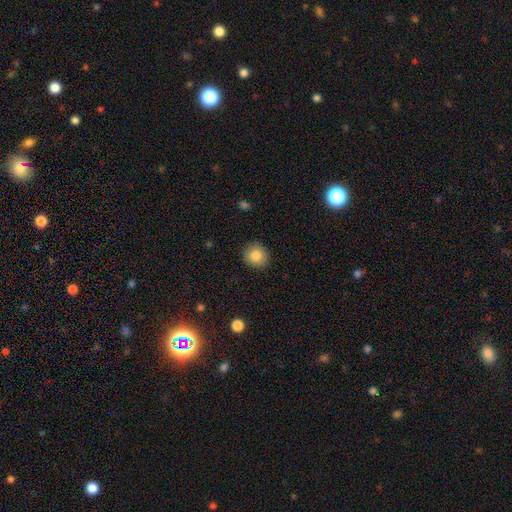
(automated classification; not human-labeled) This appears to be a smooth galaxy with no disk features (85%) that is round (87%). Merging: none (90%).